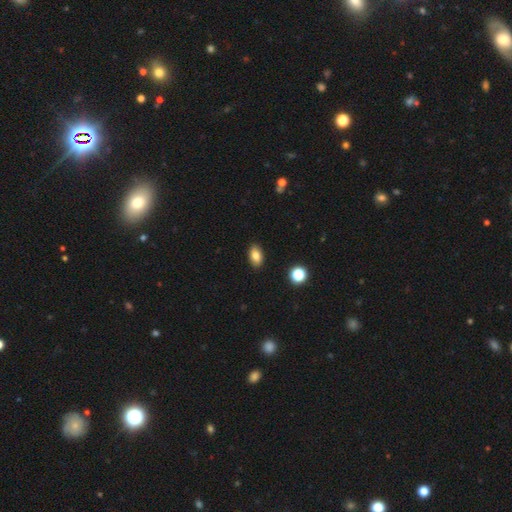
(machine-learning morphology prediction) The model was most divided on "smooth or featured": smooth: 83%, star or artifact: 10%, featured or disk: 8%. More confident: how rounded — in between (89%); merging — none (89%).